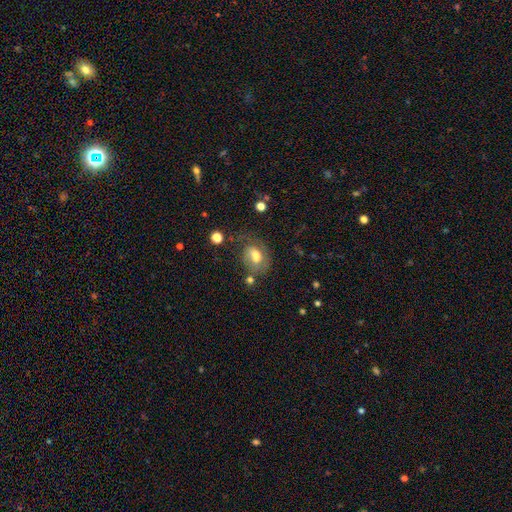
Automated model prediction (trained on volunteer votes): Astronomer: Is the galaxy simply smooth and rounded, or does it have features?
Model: smooth — 47% (runner-up: featured or disk, 44%).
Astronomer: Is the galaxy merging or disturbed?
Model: none — 47% (runner-up: minor disturbance, 25%).